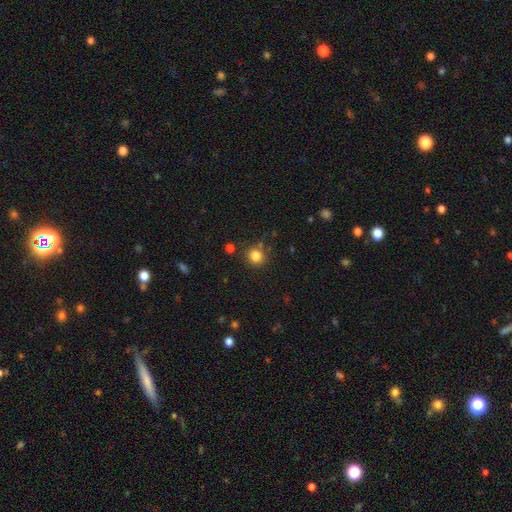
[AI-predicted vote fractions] Morphology: type=smooth (82%); roundness=round (86%); merging=none (79%).